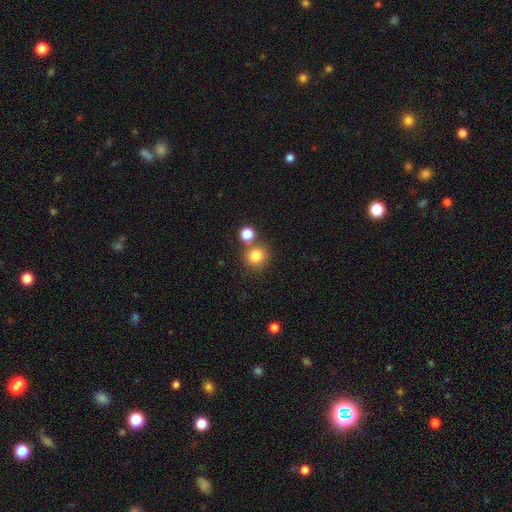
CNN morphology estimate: A smooth galaxy with no disk features (81%) that is round (90%). Merging: none (68%).